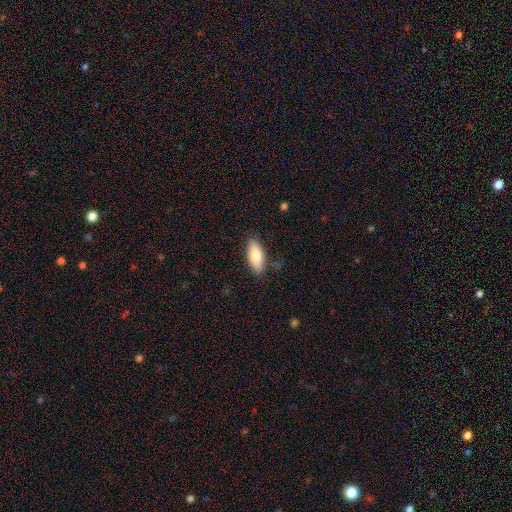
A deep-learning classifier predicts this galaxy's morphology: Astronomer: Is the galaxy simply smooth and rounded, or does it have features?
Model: smooth — 82%.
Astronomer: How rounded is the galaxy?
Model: in between — 80%.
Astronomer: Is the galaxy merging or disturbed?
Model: none — 80%.